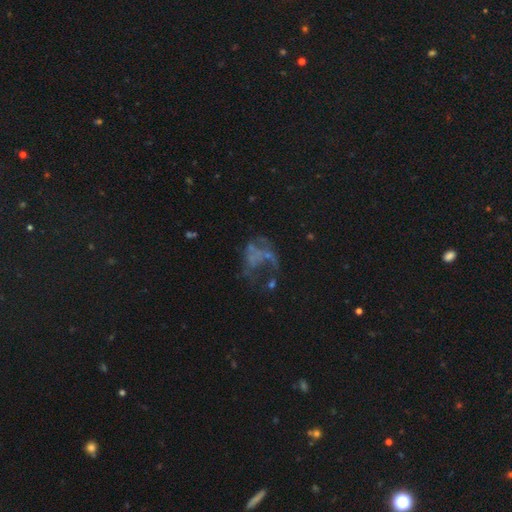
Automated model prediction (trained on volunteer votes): The model was most divided on "merging": major disturbance: 47%, none: 29%, minor disturbance: 12%, merger: 12%. More confident: edge-on disk — no (98%); bar — no (90%); spiral arms — no (84%); bulge size — none (82%); smooth or featured — featured or disk (56%).